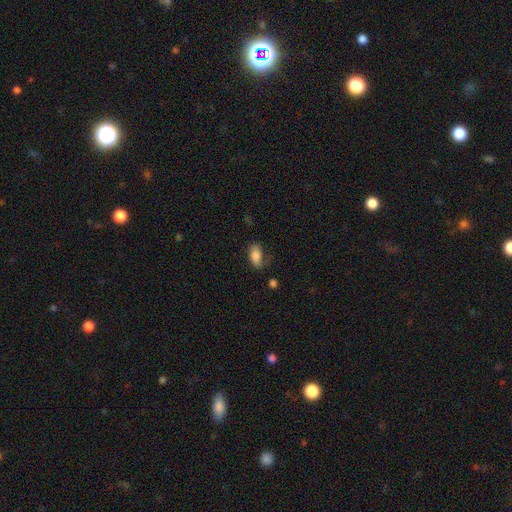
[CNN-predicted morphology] A smooth galaxy with no disk features (76%) that is in between round and cigar-shaped (91%). Merging: none (54%).